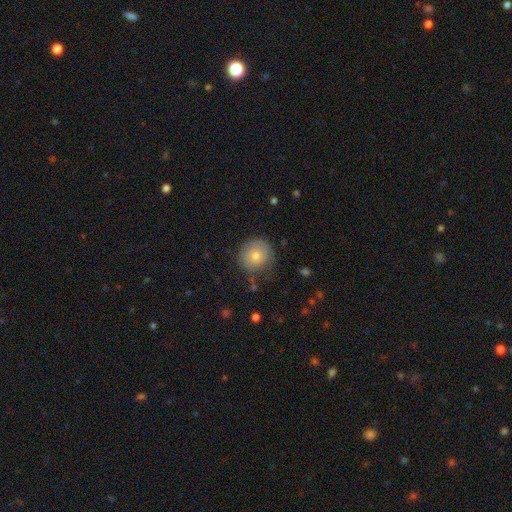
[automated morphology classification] type=smooth (74%); roundness=round (91%); merging=none (73%).